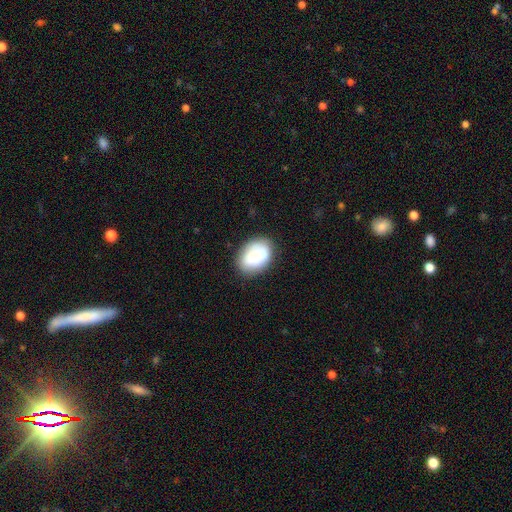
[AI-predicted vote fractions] This appears to be a smooth galaxy with no disk features (77%) that is in between round and cigar-shaped (74%). Merging: none (73%).